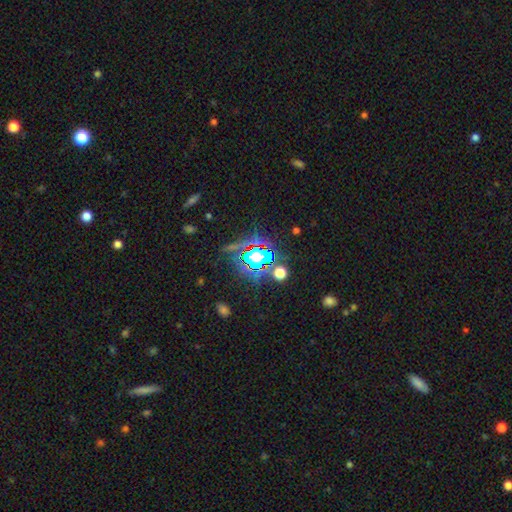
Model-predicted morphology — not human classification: smooth-or-featured: star or artifact: 70% | smooth: 19% | featured or disk: 12%